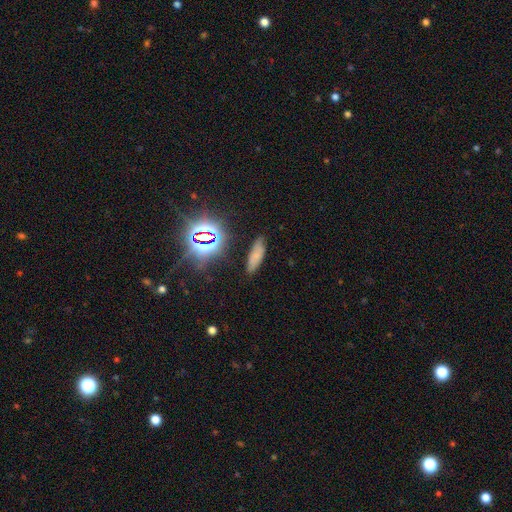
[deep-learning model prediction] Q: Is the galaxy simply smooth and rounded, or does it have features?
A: smooth — 59%.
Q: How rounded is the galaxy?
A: in between — 52%.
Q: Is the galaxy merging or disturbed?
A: none — 76%.